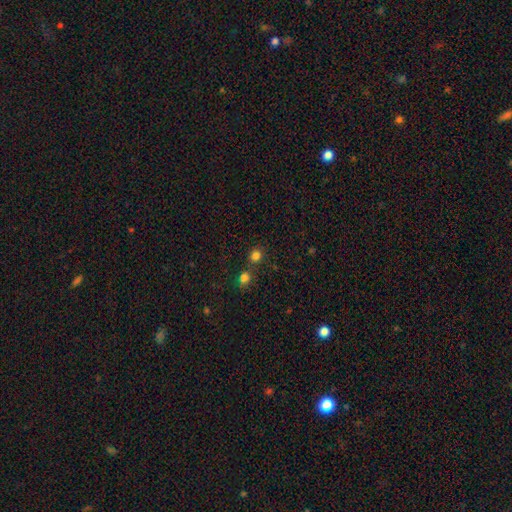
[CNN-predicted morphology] Overall: smooth (78%). How rounded: round (84%). Merging: none (72%).